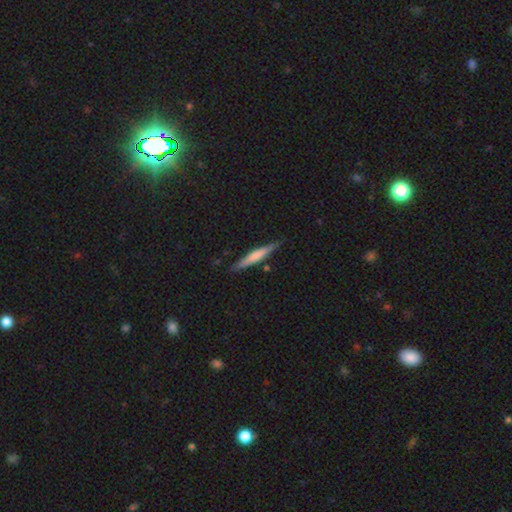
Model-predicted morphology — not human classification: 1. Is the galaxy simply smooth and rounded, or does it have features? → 55% smooth, 39% featured or disk, 6% star or artifact.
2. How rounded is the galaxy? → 93% cigar-shaped, 5% in between, 1% round.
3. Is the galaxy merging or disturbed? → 84% none, 12% minor disturbance, 2% merger, 2% major disturbance.